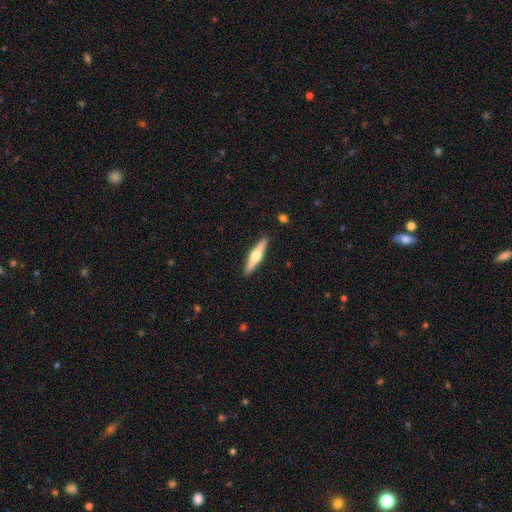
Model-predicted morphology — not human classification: Smooth or featured: featured or disk — 60% (smooth — 35%)
Edge-on disk: yes — 97% (no — 3%)
Edge-on bulge: rounded — 94% (boxy — 3%)
Merging: none — 91% (minor disturbance — 6%)